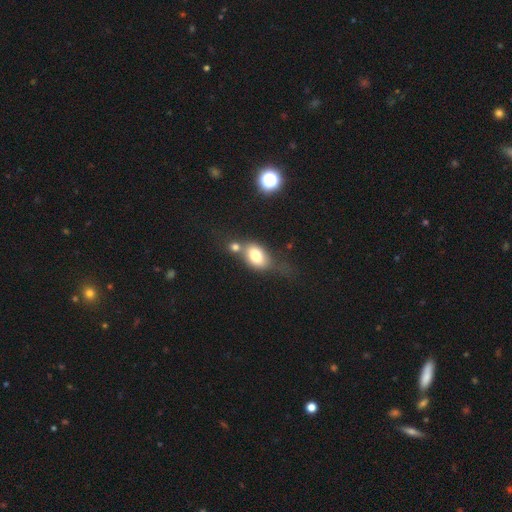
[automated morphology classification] This appears to be a smooth galaxy with no disk features (72%) that is in between round and cigar-shaped (76%). Merging: none (37%).